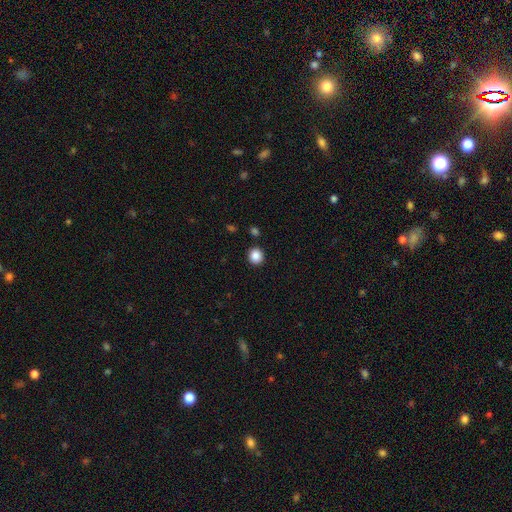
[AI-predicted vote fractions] This is clearly a smooth galaxy (87%). How rounded: clearly round (88%). Merging: clearly none (91%).